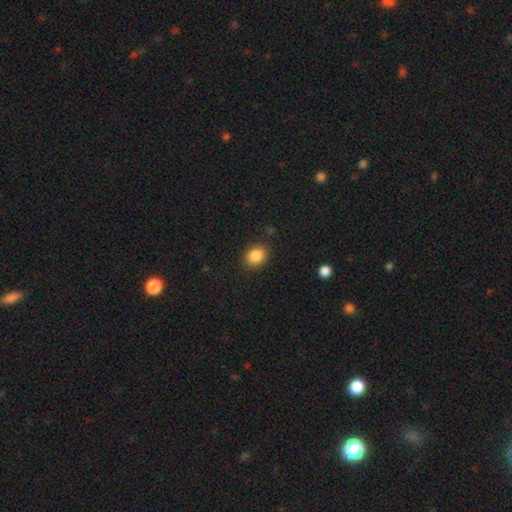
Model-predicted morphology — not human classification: Smooth or featured: smooth — 86% (star or artifact — 9%)
How rounded: in between — 52% (round — 47%)
Merging: none — 87% (minor disturbance — 9%)